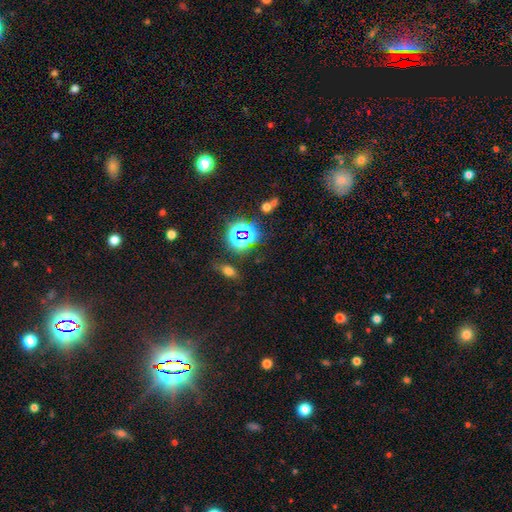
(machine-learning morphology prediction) Smooth or featured? star or artifact (79%)